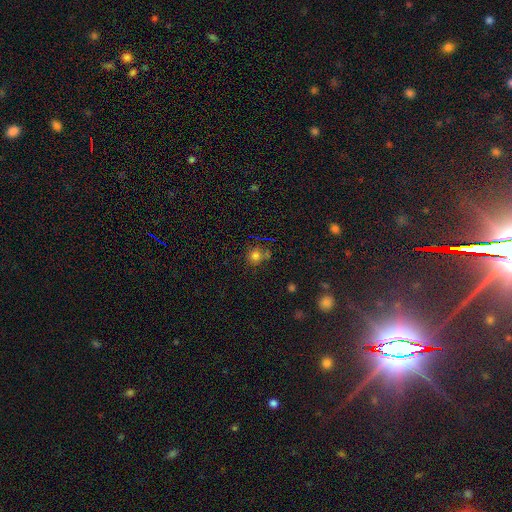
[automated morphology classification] Smooth or featured?
  - smooth: 75% *
  - star or artifact: 17%
  - featured or disk: 7%
How rounded?
  - round: 85% *
  - in between: 14%
  - cigar-shaped: 1%
Merging?
  - none: 66% *
  - minor disturbance: 16%
  - merger: 13%
  - major disturbance: 6%